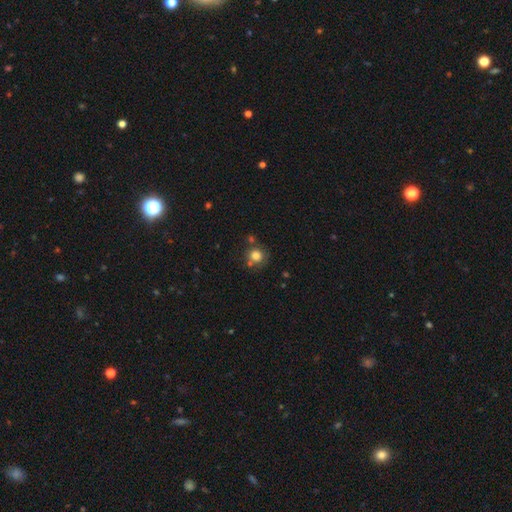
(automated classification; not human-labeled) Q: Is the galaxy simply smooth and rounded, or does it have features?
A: smooth — 79%.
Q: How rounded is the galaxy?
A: round — 88%.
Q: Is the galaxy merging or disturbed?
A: none — 64%.